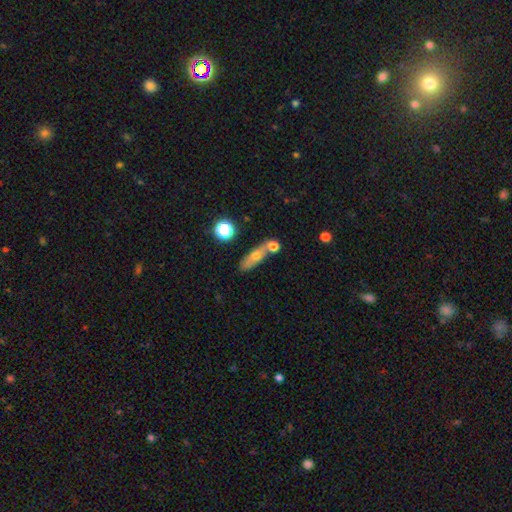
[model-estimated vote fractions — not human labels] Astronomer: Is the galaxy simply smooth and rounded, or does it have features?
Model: smooth — 56% (runner-up: featured or disk, 33%).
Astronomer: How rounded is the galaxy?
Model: cigar-shaped — 53% (runner-up: in between, 37%).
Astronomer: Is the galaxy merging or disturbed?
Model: none — 59%.